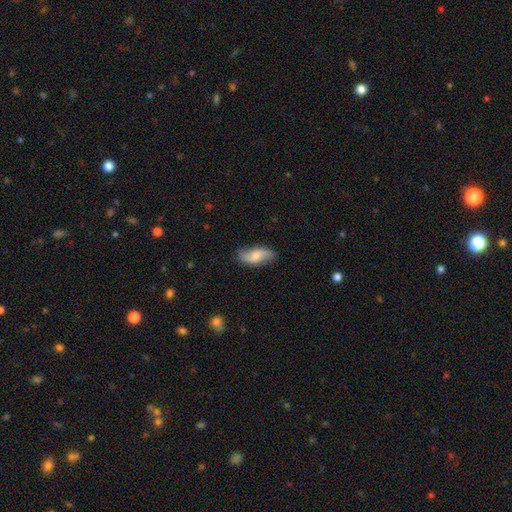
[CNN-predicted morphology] Smooth or featured?
  - smooth: 58% *
  - featured or disk: 35%
  - star or artifact: 7%
How rounded?
  - in between: 83% *
  - cigar-shaped: 13%
  - round: 3%
Merging?
  - none: 76% *
  - minor disturbance: 18%
  - major disturbance: 4%
  - merger: 1%